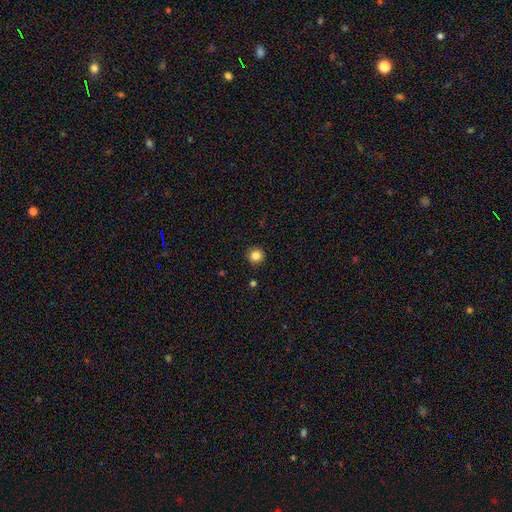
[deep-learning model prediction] Morphology: type=smooth (84%); roundness=round (96%); merging=none (92%).